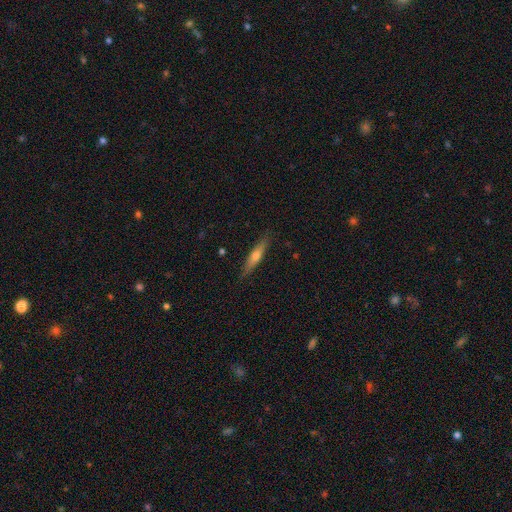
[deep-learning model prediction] Smooth or featured? Predicted: featured or disk (p=0.48). Merging? Predicted: none (p=0.87).